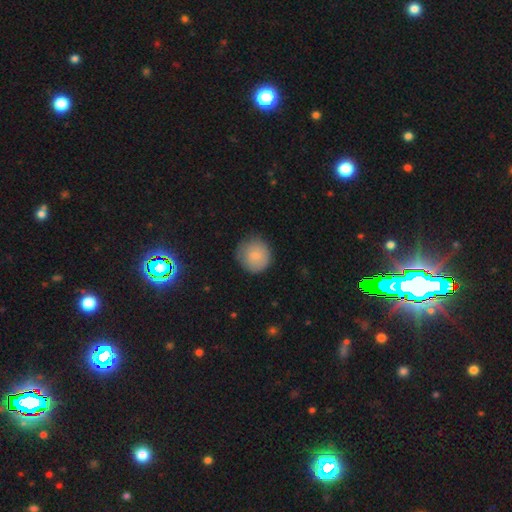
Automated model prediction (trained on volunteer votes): Smooth or featured: smooth — 82% (featured or disk — 11%)
How rounded: round — 91% (in between — 8%)
Merging: none — 76% (minor disturbance — 18%)